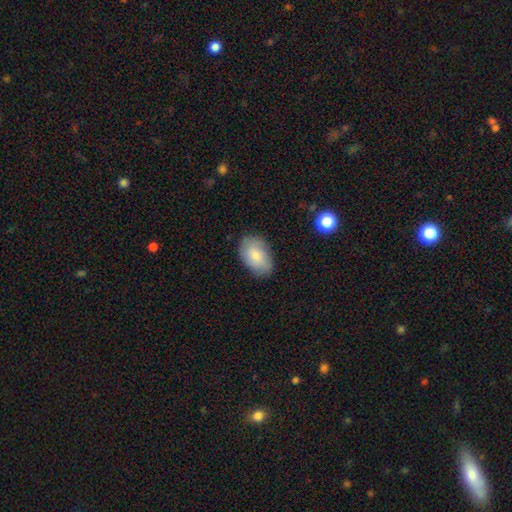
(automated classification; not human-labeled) This appears to be a smooth galaxy with no disk features (77%) that is in between round and cigar-shaped (89%). Merging: none (80%).